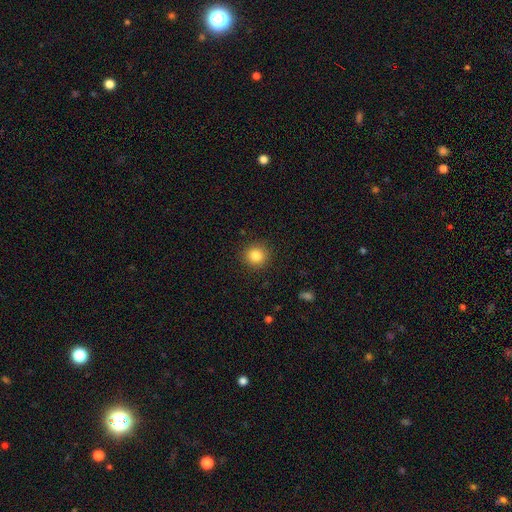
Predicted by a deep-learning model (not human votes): Smooth or featured? smooth (83%)
How rounded? round (91%)
Merging? none (91%)